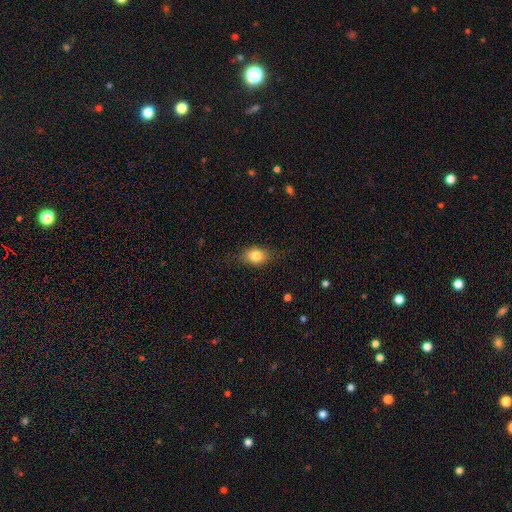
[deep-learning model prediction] smooth-or-featured: smooth: 79% | featured or disk: 12% | star or artifact: 9%
  how-rounded: in between: 69% | round: 27% | cigar-shaped: 3%
  merging: none: 75% | minor disturbance: 18% | major disturbance: 6% | merger: 1%